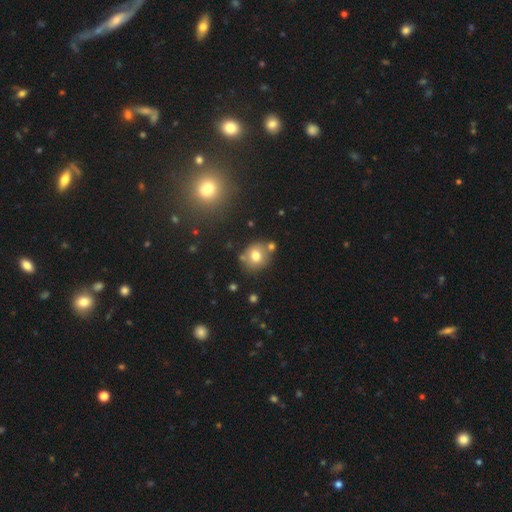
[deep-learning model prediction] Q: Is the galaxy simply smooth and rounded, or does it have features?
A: smooth — 73%.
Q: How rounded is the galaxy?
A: round — 74%.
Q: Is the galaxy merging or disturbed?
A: none — 70%.